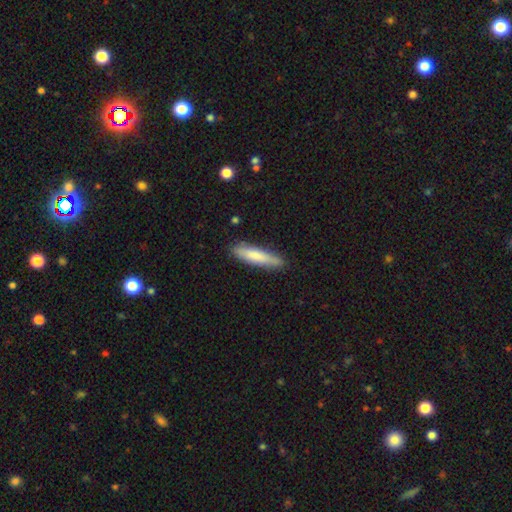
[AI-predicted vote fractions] Overall: smooth (78%). How rounded: cigar-shaped (82%). Merging: none (82%).